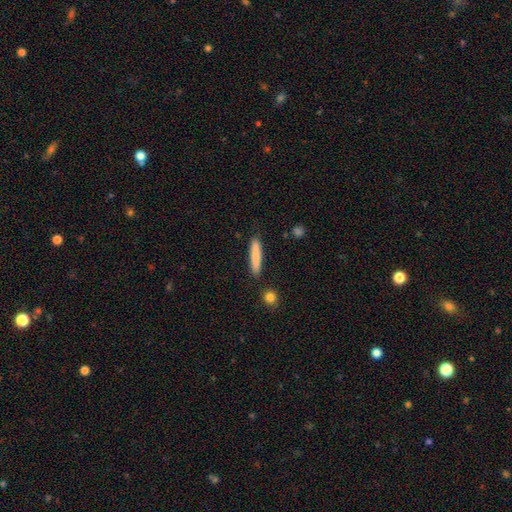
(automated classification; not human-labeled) Smooth or featured? Predicted: smooth (p=0.81). How rounded? Predicted: cigar-shaped (p=0.91). Merging? Predicted: none (p=0.89).